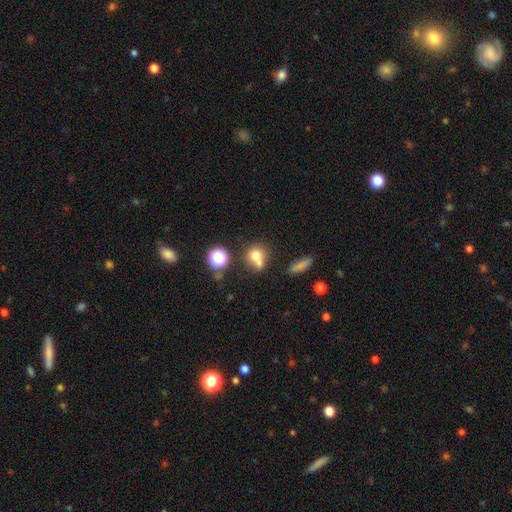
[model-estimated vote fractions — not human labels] This is likely a smooth galaxy (70%). How rounded: likely round (73%). Merging: marginally merger (41%).